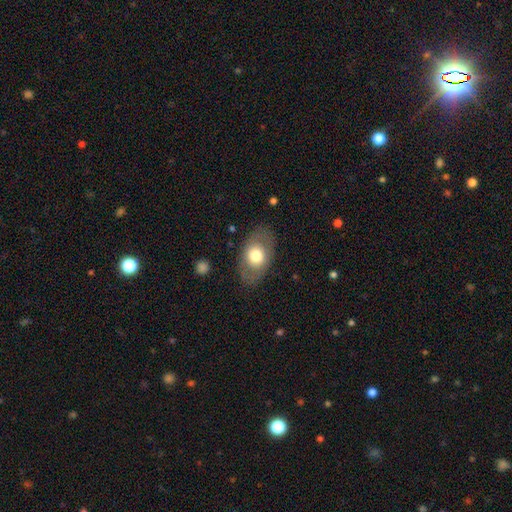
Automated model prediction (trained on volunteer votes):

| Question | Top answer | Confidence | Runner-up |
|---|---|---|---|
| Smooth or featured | smooth | 65% | featured or disk (28%) |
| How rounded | in between | 83% | round (16%) |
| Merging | none | 82% | minor disturbance (12%) |